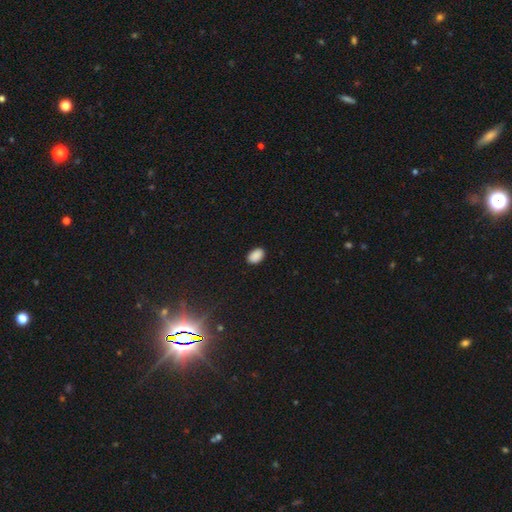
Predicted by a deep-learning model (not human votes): Smooth or featured? Predicted: smooth (p=0.89). How rounded? Predicted: in between (p=0.90). Merging? Predicted: none (p=0.88).